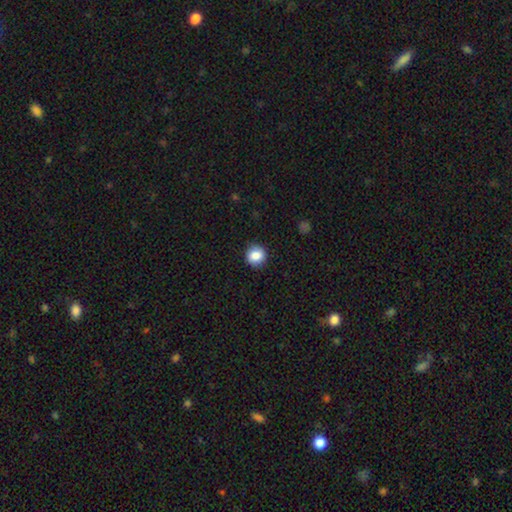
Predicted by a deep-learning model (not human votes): smooth-or-featured: smooth: 85% | star or artifact: 9% | featured or disk: 6%
  how-rounded: round: 90% | in between: 9% | cigar-shaped: 1%
  merging: none: 89% | minor disturbance: 8% | major disturbance: 2% | merger: 1%